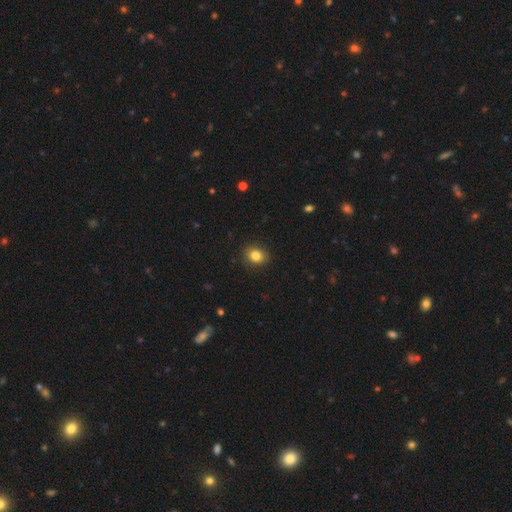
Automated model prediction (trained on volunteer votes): Smooth or featured: smooth — 84% (star or artifact — 10%)
How rounded: round — 59% (in between — 40%)
Merging: none — 88% (minor disturbance — 9%)